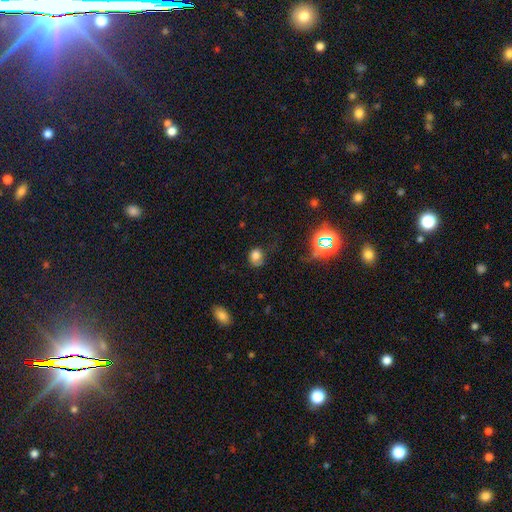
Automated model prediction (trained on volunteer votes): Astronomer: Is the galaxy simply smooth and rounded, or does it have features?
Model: smooth — 75%.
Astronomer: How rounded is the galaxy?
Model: round — 58% (runner-up: in between, 41%).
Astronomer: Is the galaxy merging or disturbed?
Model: none — 52% (runner-up: minor disturbance, 30%).